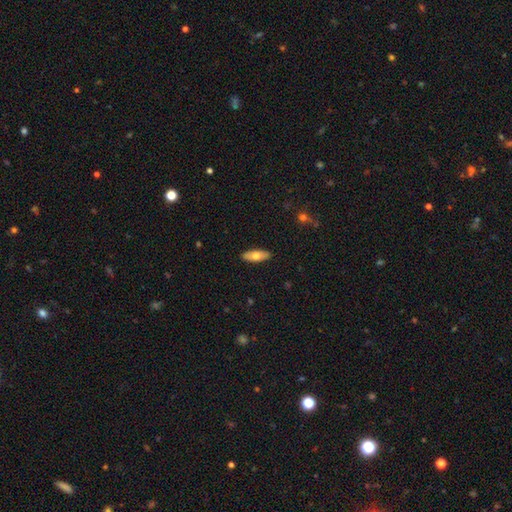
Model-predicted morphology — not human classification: A smooth galaxy with no disk features (67%) that is in between round and cigar-shaped (70%). Merging: none (90%).